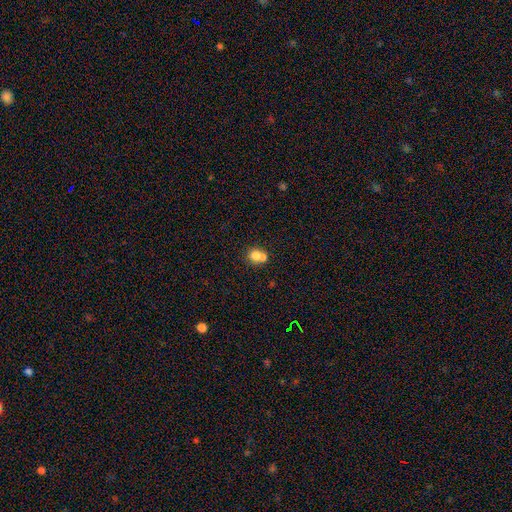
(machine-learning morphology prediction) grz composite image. It shows a smooth galaxy with no disk features (73%) that is round (74%). Merging: merger (59%).